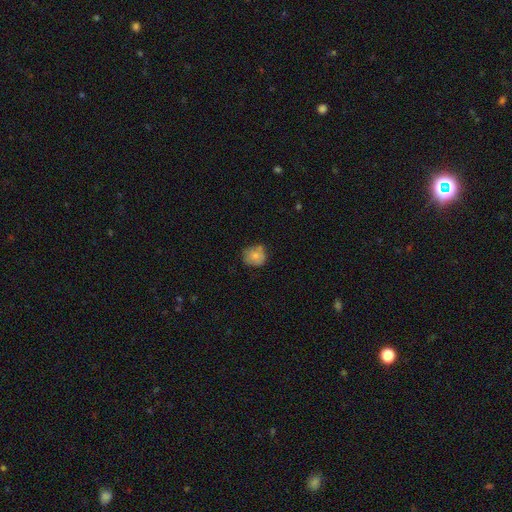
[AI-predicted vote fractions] smooth 76%, featured or disk 15%, star or artifact 9%. Down the decision tree: how rounded — round (77%); merging — none (60%).